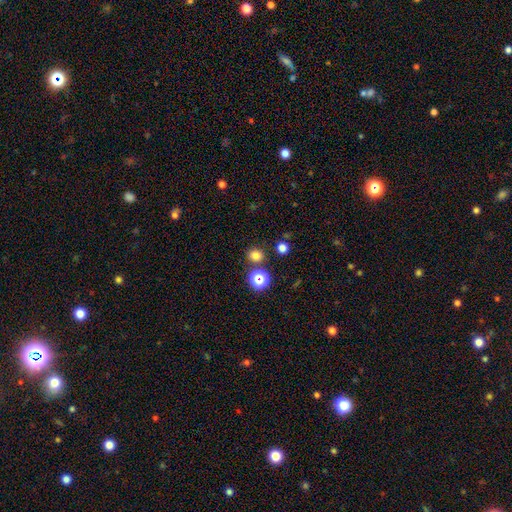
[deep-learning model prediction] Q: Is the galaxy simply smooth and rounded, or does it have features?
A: smooth — 76%.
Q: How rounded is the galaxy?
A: round — 80%.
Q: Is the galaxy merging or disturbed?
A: none — 82%.